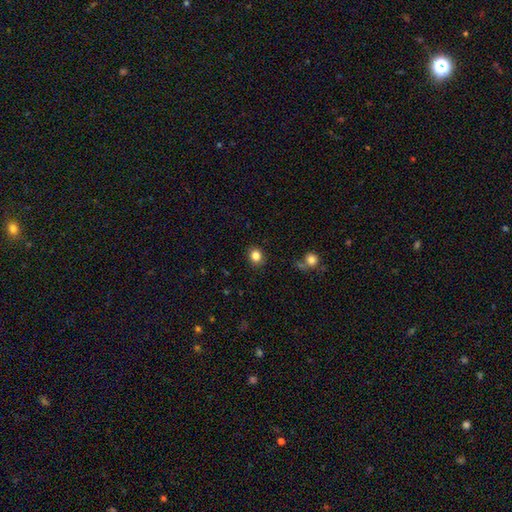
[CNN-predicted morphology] smooth-or-featured: smooth: 83% | star or artifact: 11% | featured or disk: 5%
  how-rounded: round: 77% | in between: 22% | cigar-shaped: 1%
  merging: none: 88% | minor disturbance: 8% | major disturbance: 2% | merger: 2%